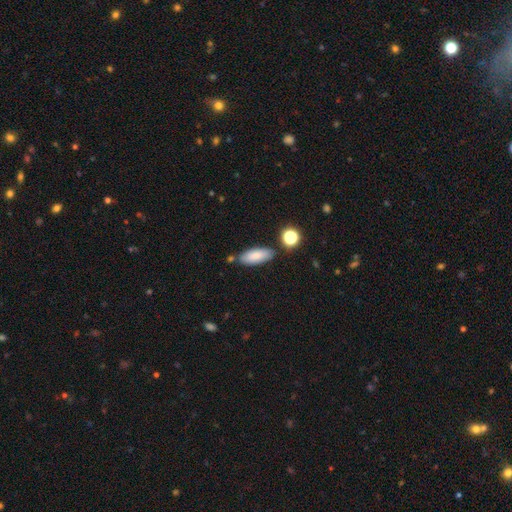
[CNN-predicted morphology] Smooth or featured?
  - smooth: 82% *
  - featured or disk: 10%
  - star or artifact: 8%
How rounded?
  - in between: 77% *
  - cigar-shaped: 21%
  - round: 2%
Merging?
  - none: 77% *
  - minor disturbance: 13%
  - merger: 7%
  - major disturbance: 3%